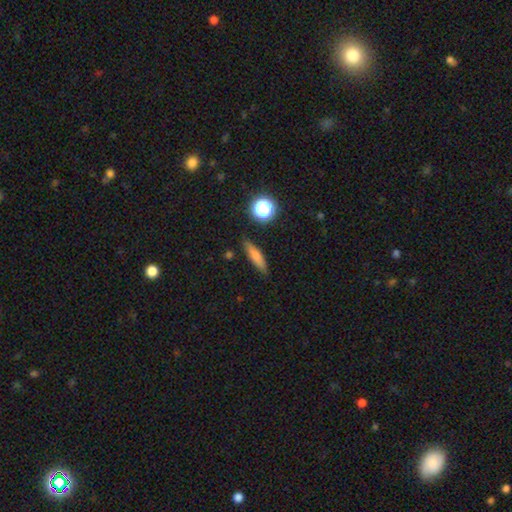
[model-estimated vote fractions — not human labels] Q: Smooth or featured?
A: smooth (72%); runner-up: featured or disk (18%)
Q: How rounded?
A: cigar-shaped (68%); runner-up: in between (27%)
Q: Merging?
A: none (83%); runner-up: minor disturbance (12%)